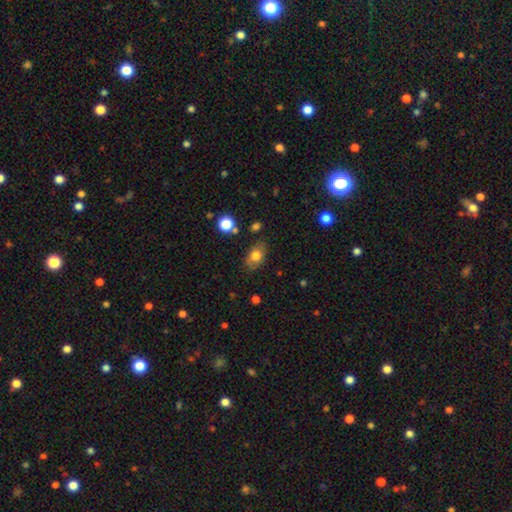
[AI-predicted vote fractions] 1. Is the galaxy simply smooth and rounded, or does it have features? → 75% smooth, 15% featured or disk, 9% star or artifact.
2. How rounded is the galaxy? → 80% in between, 18% round, 2% cigar-shaped.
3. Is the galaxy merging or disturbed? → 77% none, 15% minor disturbance, 4% major disturbance, 3% merger.